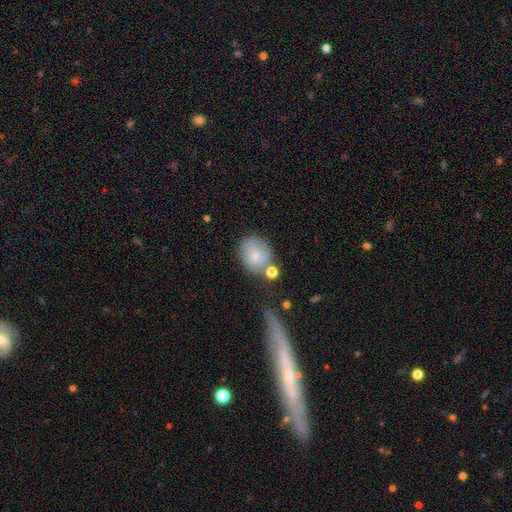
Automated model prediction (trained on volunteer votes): smooth-or-featured: smooth: 55% | featured or disk: 36% | star or artifact: 9%
  how-rounded: round: 50% | in between: 48% | cigar-shaped: 1%
  merging: none: 57% | minor disturbance: 22% | merger: 14% | major disturbance: 8%